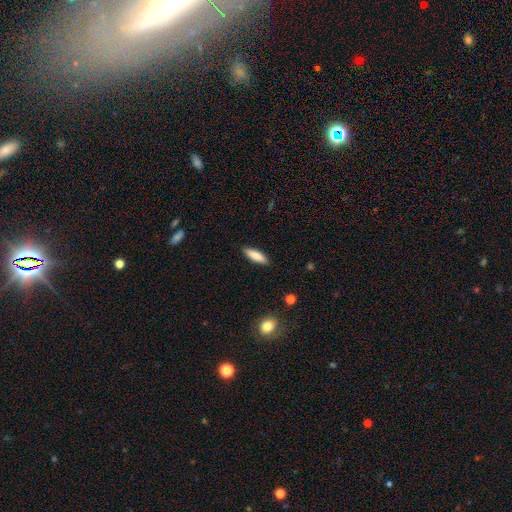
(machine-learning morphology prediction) A smooth galaxy with no disk features (81%) that is cigar-shaped (58%). Merging: none (89%).